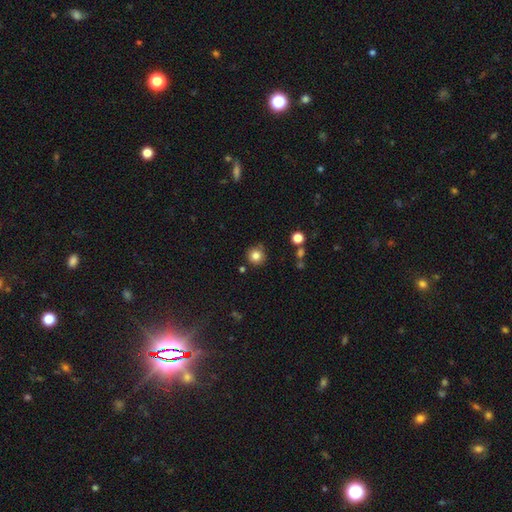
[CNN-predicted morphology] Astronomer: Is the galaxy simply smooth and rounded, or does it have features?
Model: smooth — 83%.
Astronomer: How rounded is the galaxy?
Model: round — 94%.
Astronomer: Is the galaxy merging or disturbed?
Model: none — 83%.